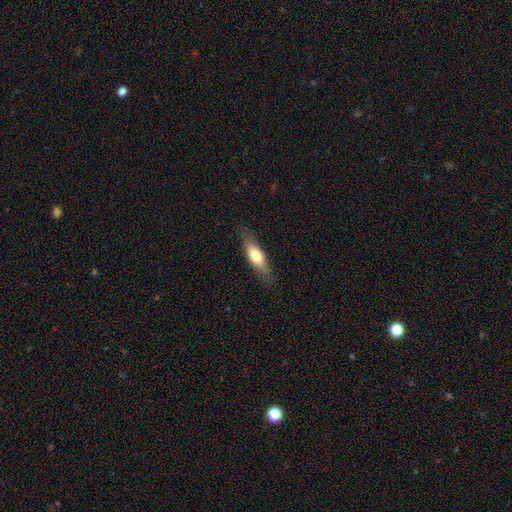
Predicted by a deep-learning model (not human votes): This is likely a smooth galaxy (64%). How rounded: possibly cigar-shaped (54%). Merging: clearly none (82%).